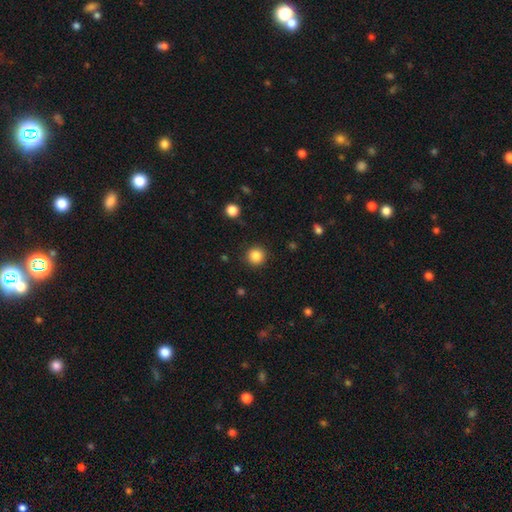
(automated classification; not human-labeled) Morphology: type=smooth (86%); roundness=round (95%); merging=none (90%).